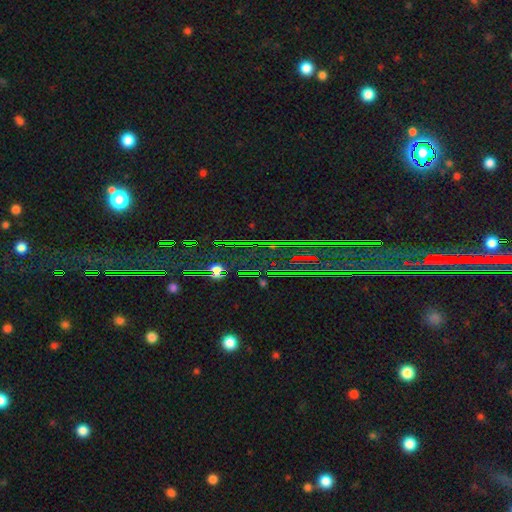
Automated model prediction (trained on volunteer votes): Smooth or featured: star or artifact — 83% (smooth — 9%)